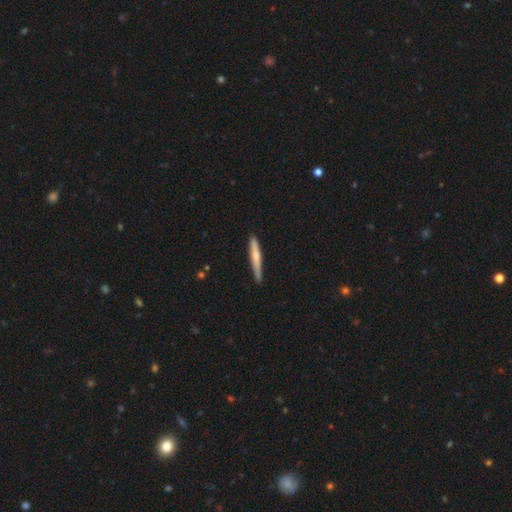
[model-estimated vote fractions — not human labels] smooth-or-featured: smooth: 61% | featured or disk: 34% | star or artifact: 5%
  how-rounded: cigar-shaped: 95% | in between: 4% | round: 1%
  merging: none: 83% | minor disturbance: 13% | major disturbance: 2% | merger: 1%